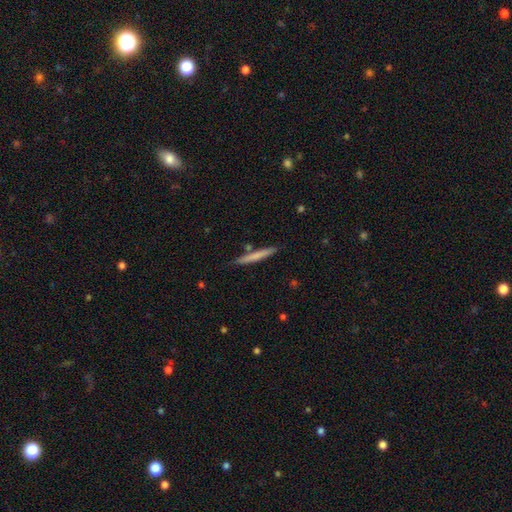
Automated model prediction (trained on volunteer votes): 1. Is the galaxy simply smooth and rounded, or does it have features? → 69% smooth, 26% featured or disk, 6% star or artifact.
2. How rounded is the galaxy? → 96% cigar-shaped, 3% in between, 1% round.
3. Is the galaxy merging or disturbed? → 85% none, 10% minor disturbance, 4% merger, 2% major disturbance.